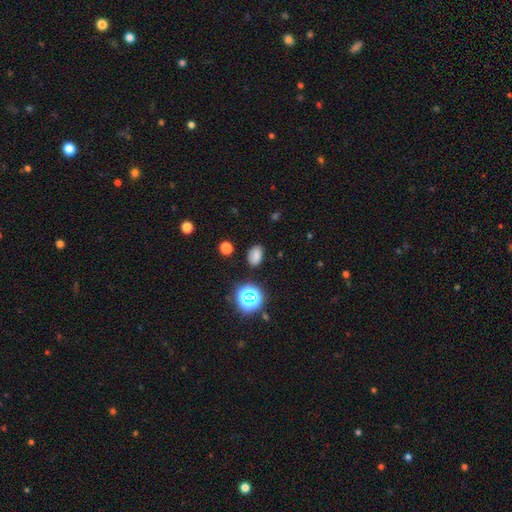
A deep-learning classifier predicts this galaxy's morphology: Smooth or featured: smooth — 75% (star or artifact — 18%)
How rounded: in between — 81% (round — 17%)
Merging: none — 82% (minor disturbance — 12%)